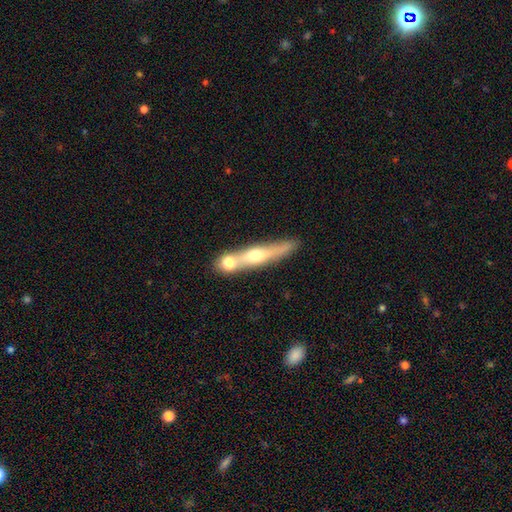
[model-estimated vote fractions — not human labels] Smooth or featured? featured or disk (55%)
Edge-on disk? yes (85%)
Merging? none (62%)